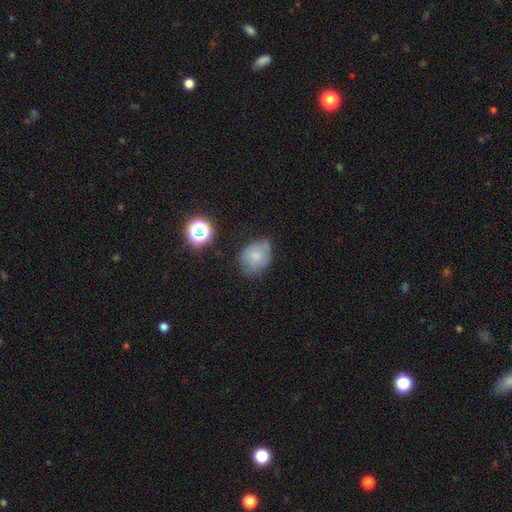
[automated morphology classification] smooth-or-featured: smooth: 64% | featured or disk: 23% | star or artifact: 13%
  how-rounded: in between: 51% | round: 48% | cigar-shaped: 1%
  merging: none: 54% | minor disturbance: 33% | major disturbance: 9% | merger: 4%